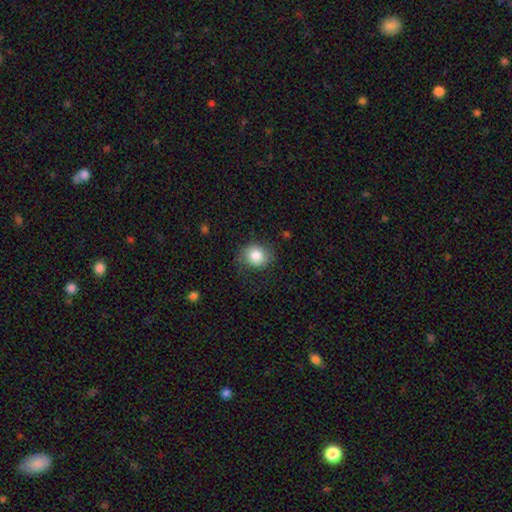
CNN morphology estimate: Overall: smooth (82%). How rounded: round (71%). Merging: none (72%).